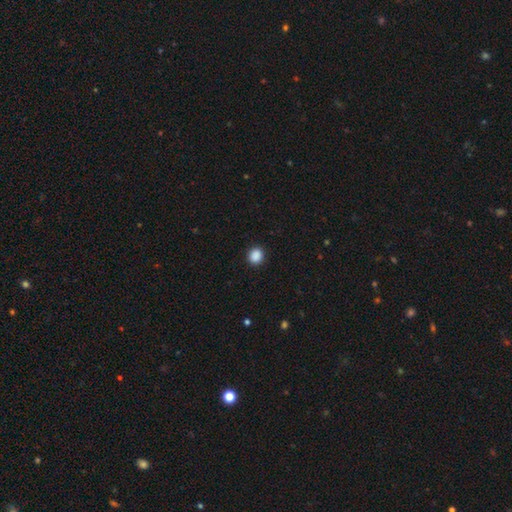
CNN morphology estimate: The model was most divided on "how rounded": round: 81%, in between: 18%, cigar-shaped: 1%. More confident: merging — none (91%); smooth or featured — smooth (88%).